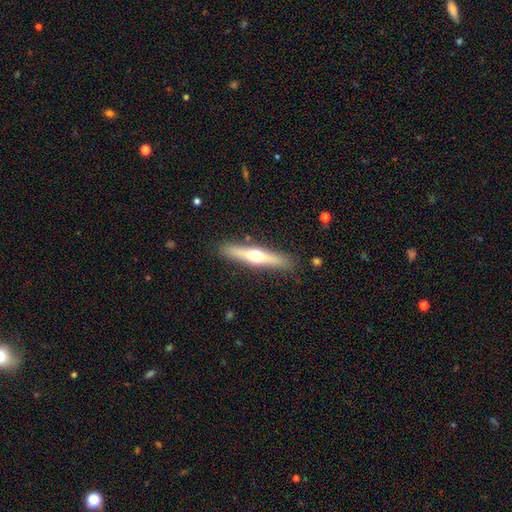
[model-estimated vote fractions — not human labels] The model was most divided on "smooth or featured": featured or disk: 56%, smooth: 39%, star or artifact: 6%. More confident: edge-on disk — yes (94%); edge-on bulge — rounded (92%); merging — none (88%).